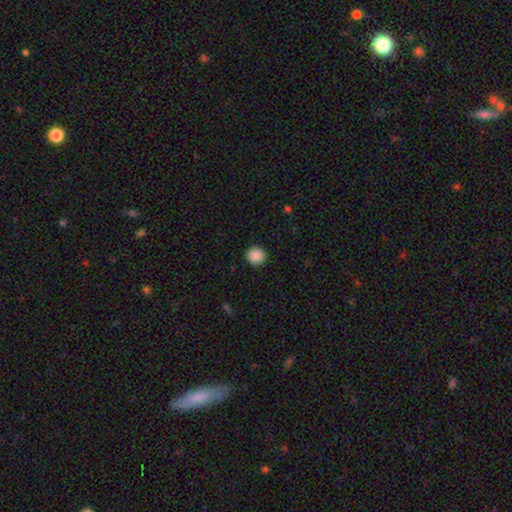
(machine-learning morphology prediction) type=smooth (89%); roundness=round (92%); merging=none (92%).